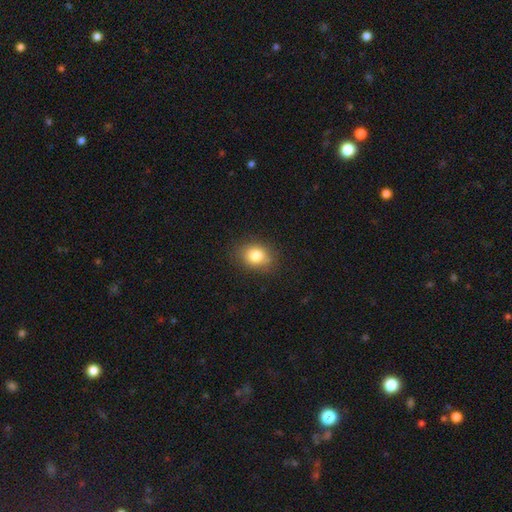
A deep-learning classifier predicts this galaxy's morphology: smooth 81%, star or artifact 11%, featured or disk 8%. Down the decision tree: how rounded — round (50%); merging — none (79%).